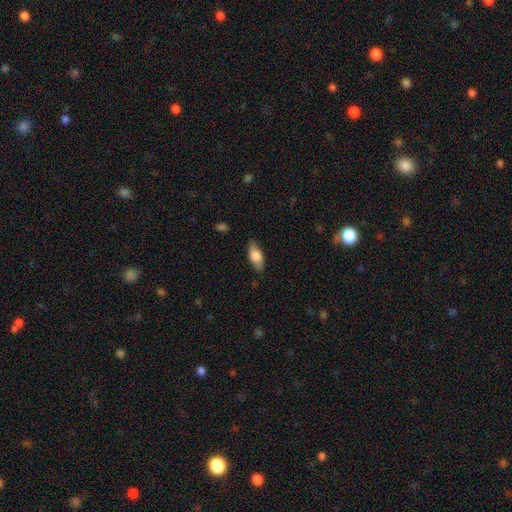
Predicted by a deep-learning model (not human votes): Smooth or featured?
  - smooth: 74% *
  - featured or disk: 20%
  - star or artifact: 6%
How rounded?
  - in between: 84% *
  - cigar-shaped: 13%
  - round: 3%
Merging?
  - none: 80% *
  - minor disturbance: 16%
  - major disturbance: 3%
  - merger: 1%